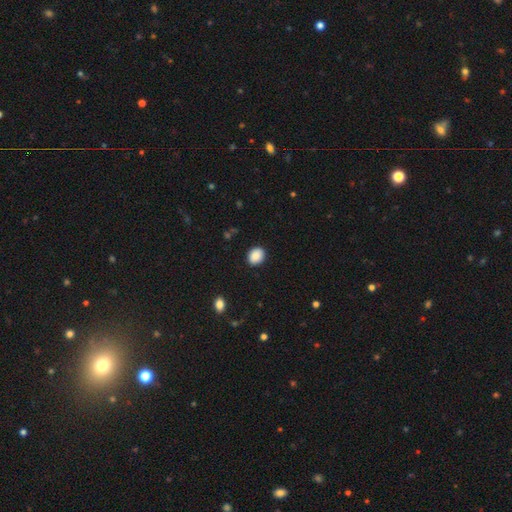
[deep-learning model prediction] Smooth or featured?
  - smooth: 88% *
  - star or artifact: 8%
  - featured or disk: 4%
How rounded?
  - round: 51% *
  - in between: 48%
  - cigar-shaped: 1%
Merging?
  - none: 89% *
  - minor disturbance: 8%
  - major disturbance: 2%
  - merger: 1%